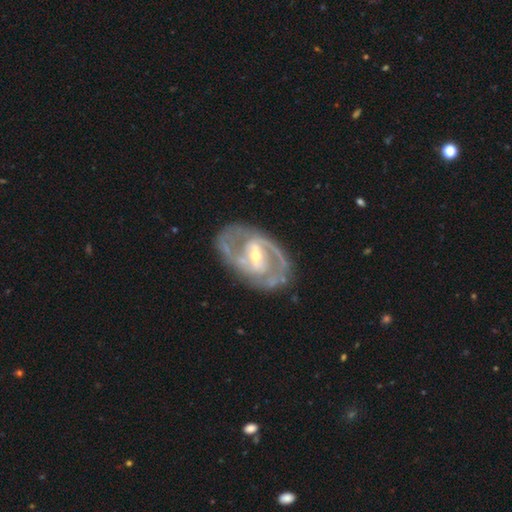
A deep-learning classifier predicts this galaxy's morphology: Q: Smooth or featured?
A: featured or disk (89%); runner-up: smooth (7%)
Q: Edge-on disk?
A: no (96%); runner-up: yes (4%)
Q: Bar?
A: strong (47%); runner-up: weak (38%)
Q: Spiral arms?
A: yes (92%); runner-up: no (8%)
Q: Spiral winding?
A: medium (52%); runner-up: tight (34%)
Q: Spiral arm count?
A: 2 (83%); runner-up: can't tell (7%)
Q: Bulge size?
A: small (49%); runner-up: moderate (46%)
Q: Merging?
A: none (76%); runner-up: minor disturbance (15%)